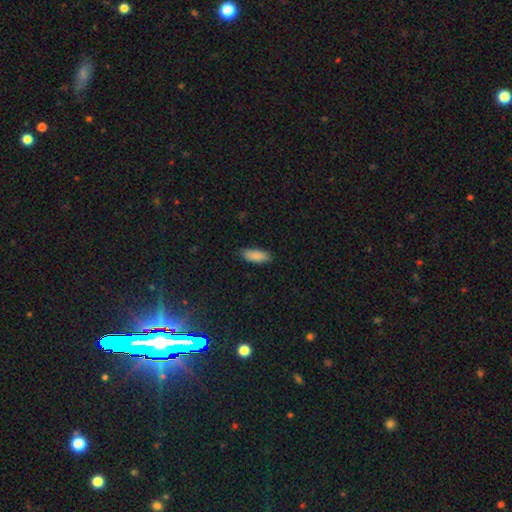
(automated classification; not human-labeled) smooth 89%, star or artifact 6%, featured or disk 5%. Down the decision tree: how rounded — in between (77%); merging — none (84%).